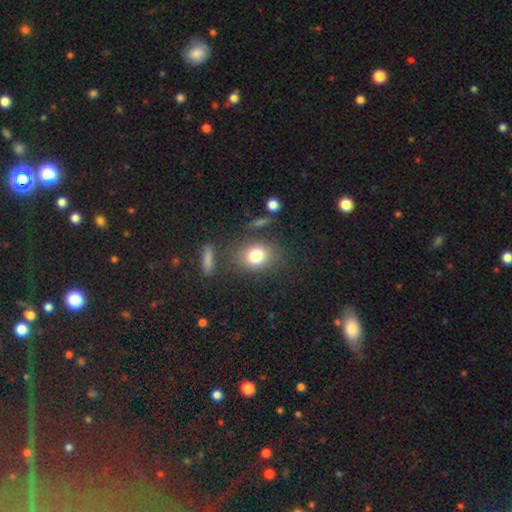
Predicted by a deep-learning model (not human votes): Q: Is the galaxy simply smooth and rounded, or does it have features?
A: smooth — 79%.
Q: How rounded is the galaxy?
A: round — 51%.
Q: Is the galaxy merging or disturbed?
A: none — 74%.